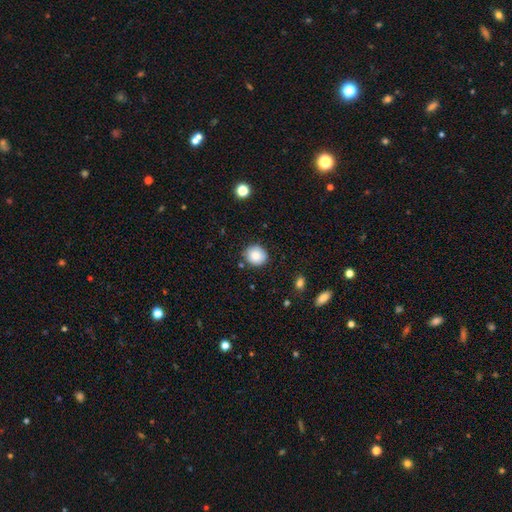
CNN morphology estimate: Smooth or featured? Predicted: smooth (p=0.84). How rounded? Predicted: round (p=0.86). Merging? Predicted: none (p=0.85).